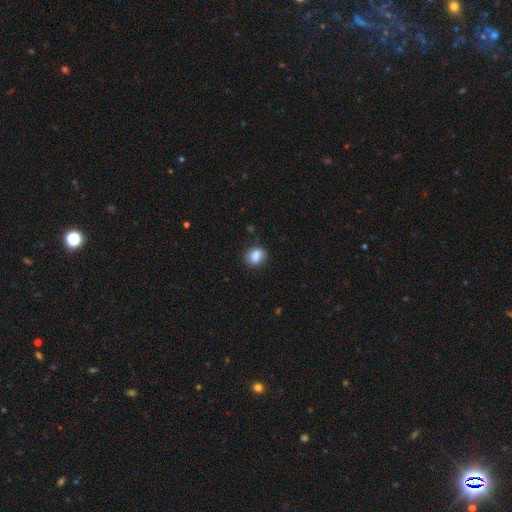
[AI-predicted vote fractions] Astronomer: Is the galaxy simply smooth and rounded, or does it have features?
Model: smooth — 85%.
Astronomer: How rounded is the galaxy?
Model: round — 50% (runner-up: in between, 48%).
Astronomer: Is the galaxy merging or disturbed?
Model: none — 75%.